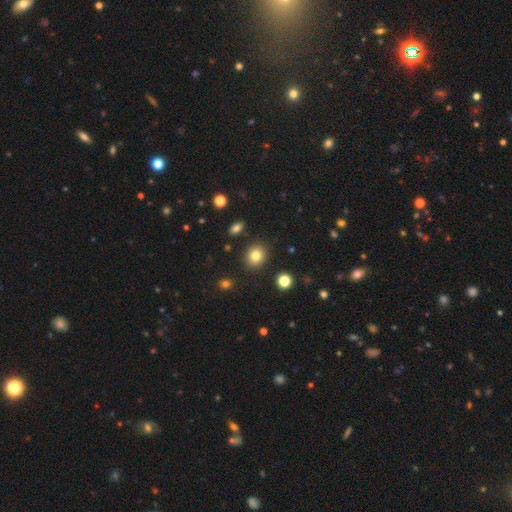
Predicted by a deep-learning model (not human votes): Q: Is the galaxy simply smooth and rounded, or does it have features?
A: smooth — 81%.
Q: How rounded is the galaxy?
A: round — 75%.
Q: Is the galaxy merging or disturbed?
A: none — 89%.